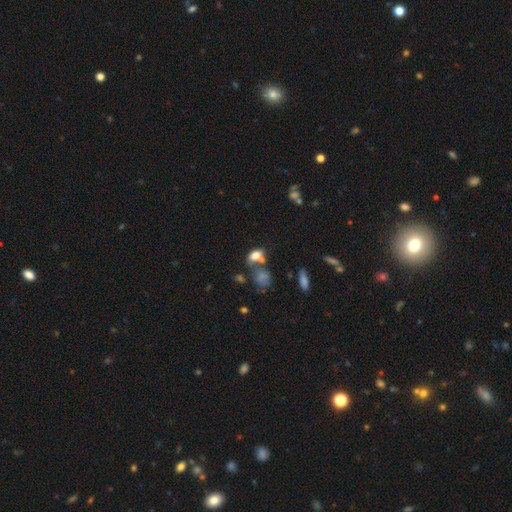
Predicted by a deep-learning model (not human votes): Q: Smooth or featured?
A: smooth (73%); runner-up: featured or disk (16%)
Q: How rounded?
A: in between (84%); runner-up: round (11%)
Q: Merging?
A: none (41%); runner-up: merger (34%)